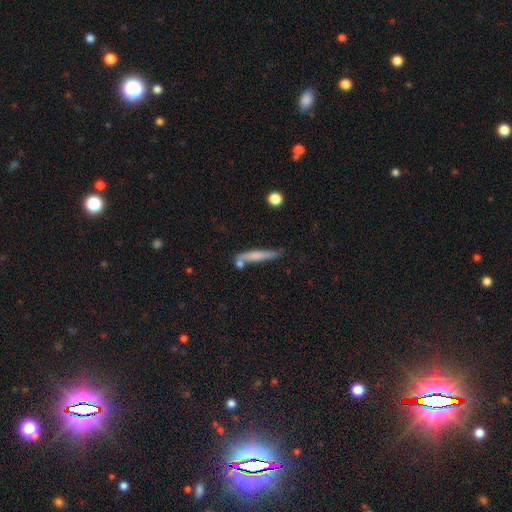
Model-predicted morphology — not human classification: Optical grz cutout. It shows a smooth galaxy with no disk features (62%) that is cigar-shaped (93%). Merging: none (66%).